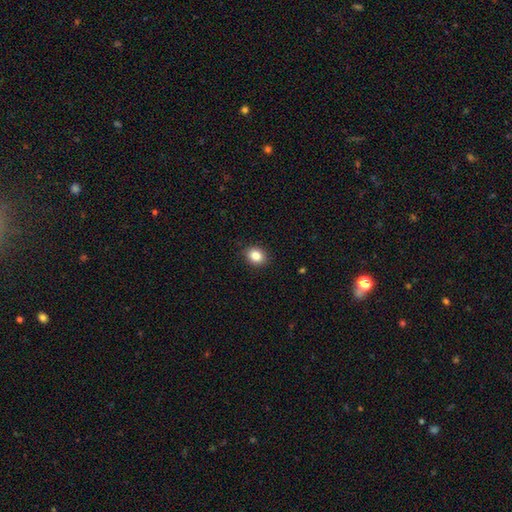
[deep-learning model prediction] smooth-or-featured: smooth: 85% | star or artifact: 10% | featured or disk: 5%
  how-rounded: round: 52% | in between: 47% | cigar-shaped: 1%
  merging: none: 90% | minor disturbance: 7% | major disturbance: 2% | merger: 1%